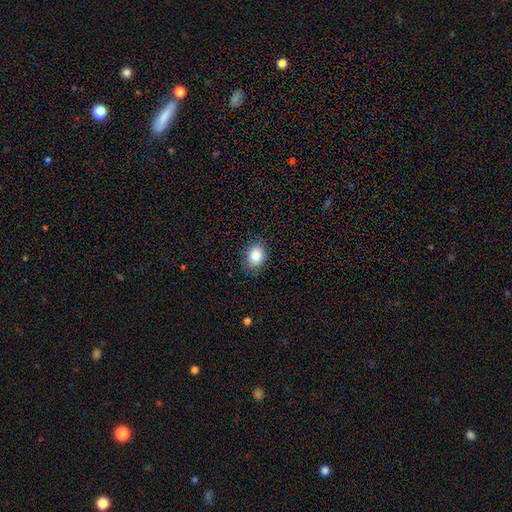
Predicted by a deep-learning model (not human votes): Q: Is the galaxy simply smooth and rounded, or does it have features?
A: smooth — 86%.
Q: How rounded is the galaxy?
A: in between — 52%.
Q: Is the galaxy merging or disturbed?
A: none — 77%.